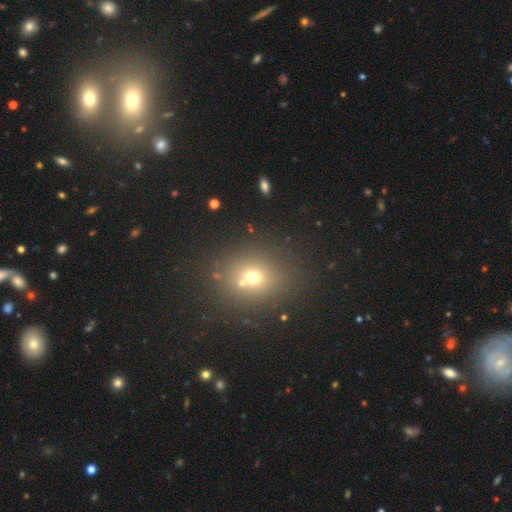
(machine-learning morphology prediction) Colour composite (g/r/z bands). It shows a smooth galaxy with no disk features (56%) that is round (60%). Merging: none (81%).